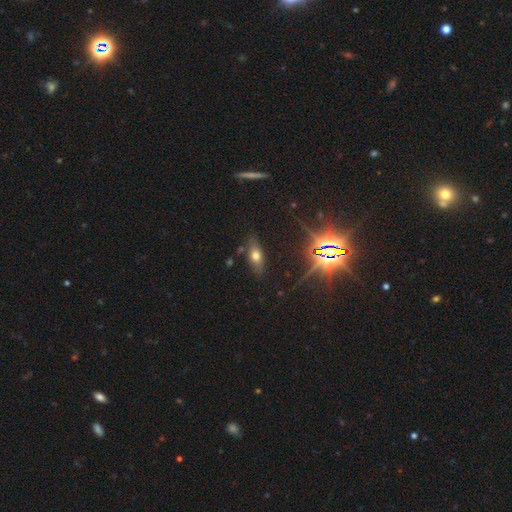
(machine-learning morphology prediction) Smooth or featured?
  - smooth: 56% *
  - featured or disk: 22%
  - star or artifact: 21%
How rounded?
  - in between: 74% *
  - cigar-shaped: 19%
  - round: 7%
Merging?
  - none: 79% *
  - minor disturbance: 14%
  - major disturbance: 4%
  - merger: 3%